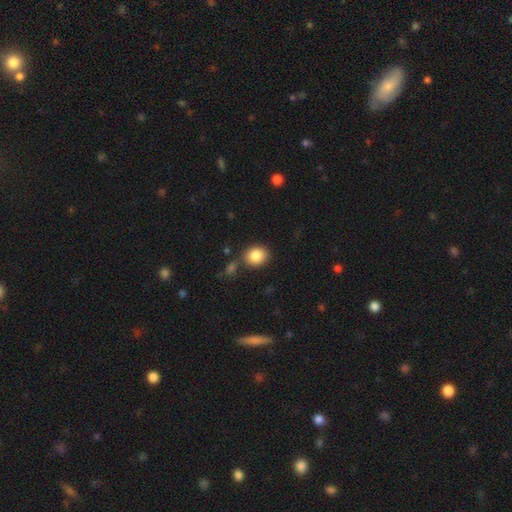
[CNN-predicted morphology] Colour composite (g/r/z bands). It shows a smooth galaxy with no disk features (86%) that is round (60%). Merging: none (78%).